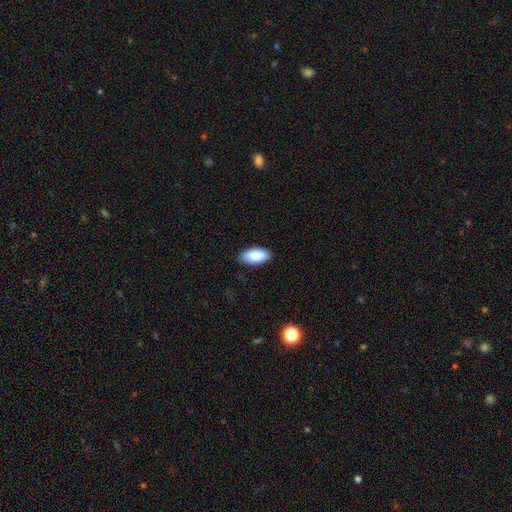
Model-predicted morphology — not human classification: The model was most divided on "merging": none: 87%, minor disturbance: 10%, major disturbance: 2%, merger: 1%. More confident: how rounded — in between (95%); smooth or featured — smooth (88%).